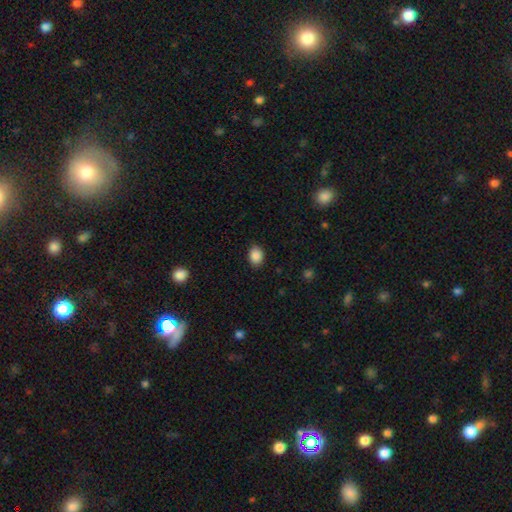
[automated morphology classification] Q: Smooth or featured?
A: smooth (88%); runner-up: star or artifact (8%)
Q: How rounded?
A: in between (64%); runner-up: round (35%)
Q: Merging?
A: none (88%); runner-up: minor disturbance (9%)